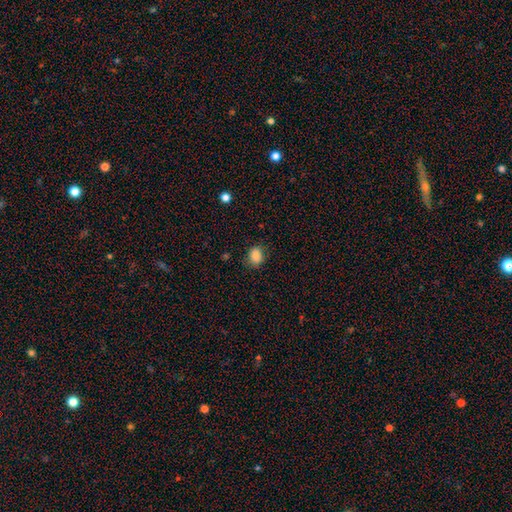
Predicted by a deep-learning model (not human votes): This appears to be a smooth galaxy with no disk features (86%) that is in between round and cigar-shaped (57%). Merging: none (81%).